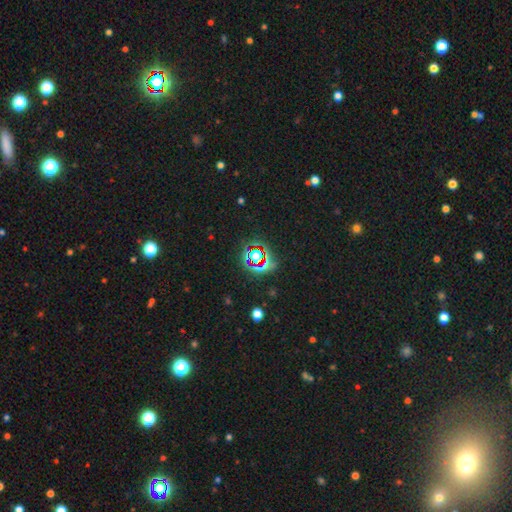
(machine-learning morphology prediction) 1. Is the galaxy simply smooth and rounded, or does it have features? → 72% star or artifact, 18% smooth, 10% featured or disk.